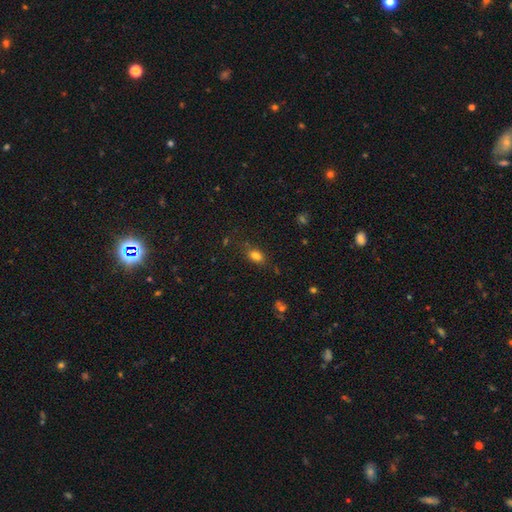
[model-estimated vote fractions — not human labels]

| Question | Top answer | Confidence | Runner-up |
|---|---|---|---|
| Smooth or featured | smooth | 81% | star or artifact (13%) |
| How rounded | in between | 82% | round (14%) |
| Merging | none | 77% | minor disturbance (16%) |